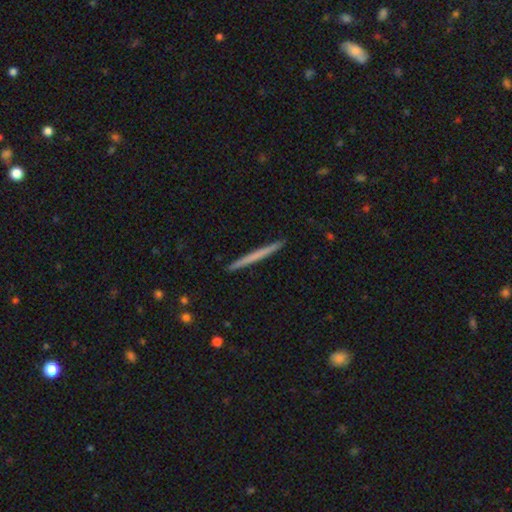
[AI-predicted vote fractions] The model was most divided on "smooth or featured": smooth: 55%, featured or disk: 40%, star or artifact: 5%. More confident: how rounded — cigar-shaped (97%); merging — none (93%).